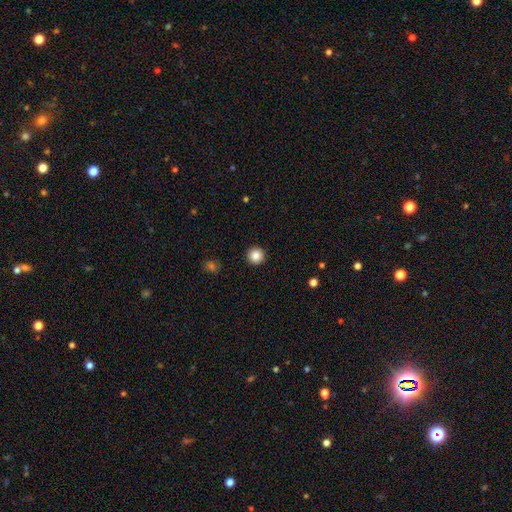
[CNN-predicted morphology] Smooth or featured?
  - smooth: 85% *
  - star or artifact: 10%
  - featured or disk: 5%
How rounded?
  - round: 95% *
  - in between: 4%
  - cigar-shaped: 1%
Merging?
  - none: 93% *
  - minor disturbance: 4%
  - major disturbance: 2%
  - merger: 1%